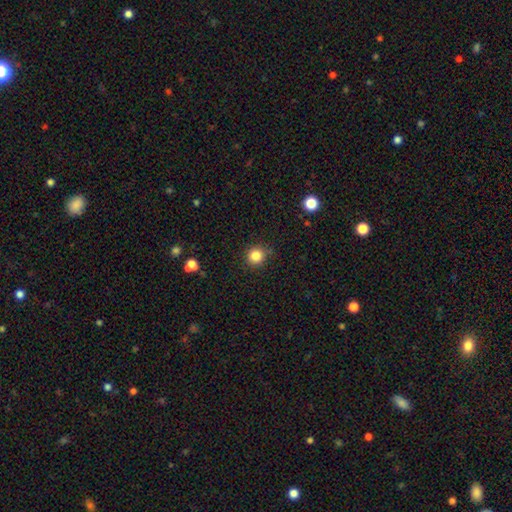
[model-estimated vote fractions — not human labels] A smooth galaxy with no disk features (84%) that is round (93%).

Vote fractions:
- Smooth or featured? smooth: 84% / star or artifact: 12% / featured or disk: 4%
- How rounded? round: 93% / in between: 6% / cigar-shaped: 1%
- Merging? none: 86% / minor disturbance: 9% / major disturbance: 3% / merger: 2%